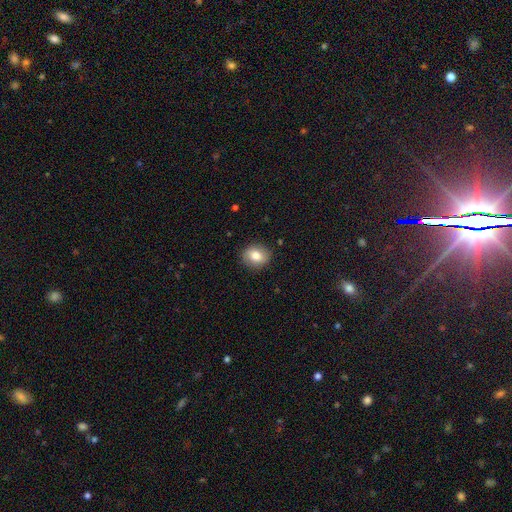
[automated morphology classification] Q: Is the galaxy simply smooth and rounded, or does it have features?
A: smooth — 79%.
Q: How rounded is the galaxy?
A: round — 57%.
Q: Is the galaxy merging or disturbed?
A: none — 88%.